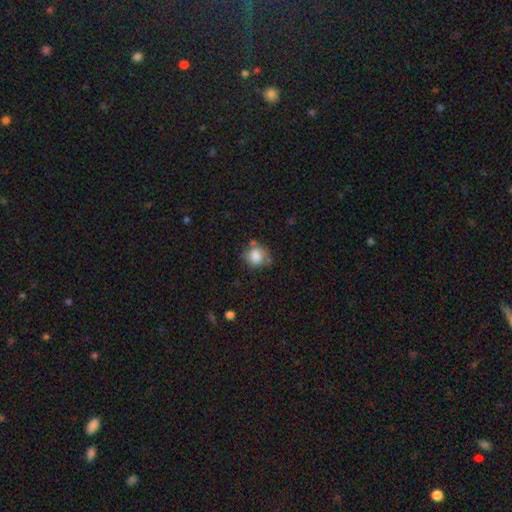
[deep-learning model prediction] The model was most divided on "merging": none: 52%, minor disturbance: 30%, major disturbance: 10%, merger: 7%. More confident: smooth or featured — smooth (76%); how rounded — round (65%).